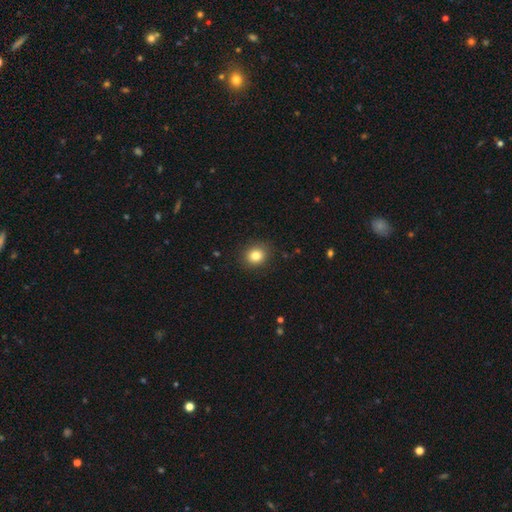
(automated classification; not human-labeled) A smooth galaxy with no disk features (82%) that is round (76%). Merging: none (89%).